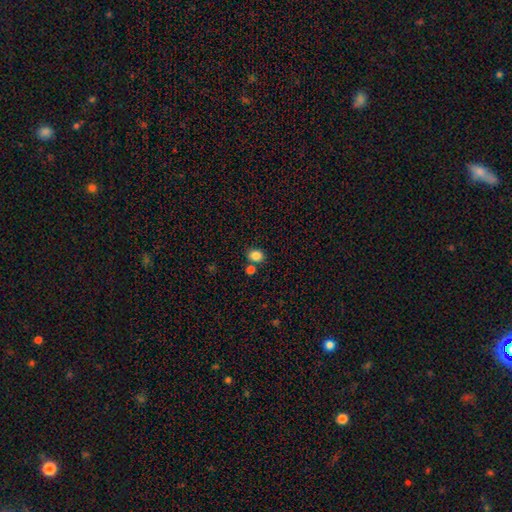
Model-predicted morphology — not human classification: smooth 85%, star or artifact 11%, featured or disk 4%. Down the decision tree: how rounded — round (58%); merging — none (73%).